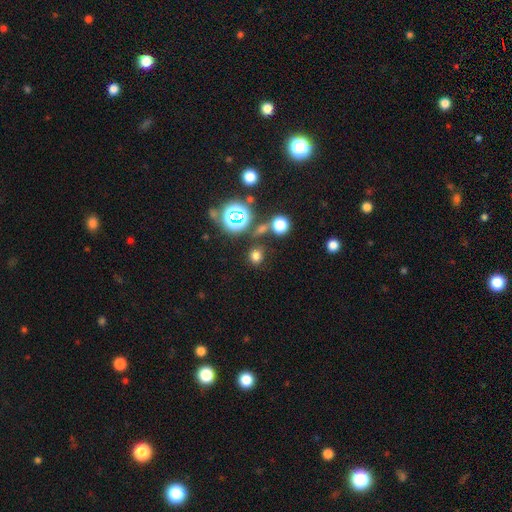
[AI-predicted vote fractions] A smooth galaxy with no disk features (66%) that is round (75%).

Vote fractions:
- Smooth or featured? smooth: 66% / star or artifact: 28% / featured or disk: 6%
- How rounded? round: 75% / in between: 23% / cigar-shaped: 1%
- Merging? none: 79% / minor disturbance: 10% / merger: 7% / major disturbance: 4%